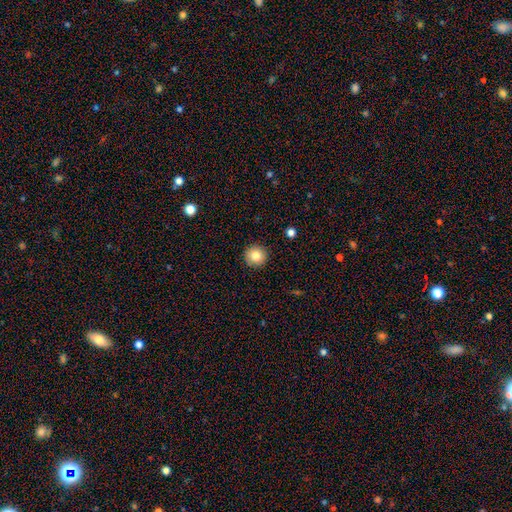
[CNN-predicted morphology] This appears to be a smooth galaxy with no disk features (82%) that is round (95%). Merging: none (91%).